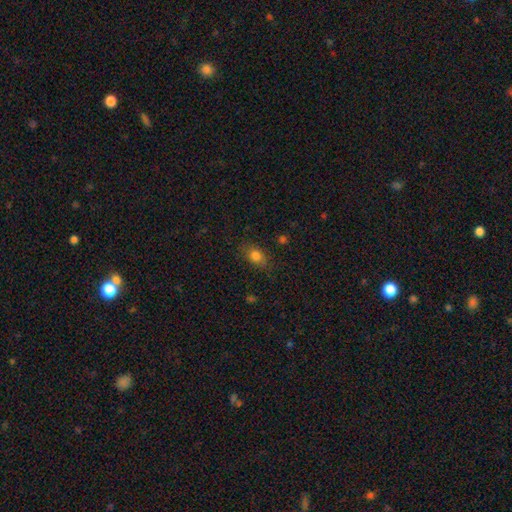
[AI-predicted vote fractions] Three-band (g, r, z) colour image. It shows a smooth galaxy with no disk features (79%) that is in between round and cigar-shaped (69%). Merging: none (79%).